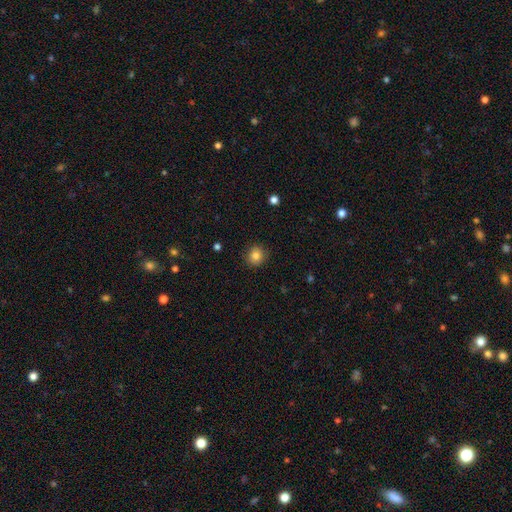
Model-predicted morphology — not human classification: The model was most divided on "smooth or featured": smooth: 83%, star or artifact: 11%, featured or disk: 6%. More confident: merging — none (89%); how rounded — round (87%).